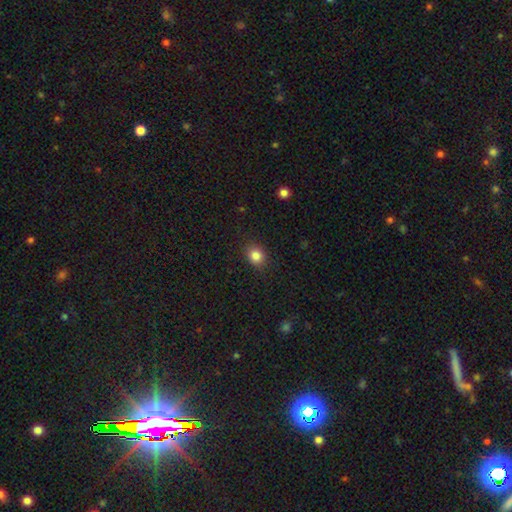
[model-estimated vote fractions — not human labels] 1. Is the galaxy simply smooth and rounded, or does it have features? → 84% smooth, 11% star or artifact, 5% featured or disk.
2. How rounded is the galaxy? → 63% round, 36% in between, 1% cigar-shaped.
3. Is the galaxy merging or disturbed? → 88% none, 9% minor disturbance, 2% major disturbance, 1% merger.